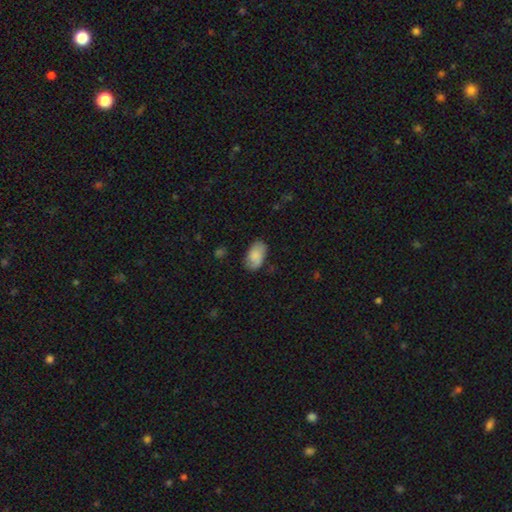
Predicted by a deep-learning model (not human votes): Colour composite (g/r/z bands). It shows a smooth galaxy with no disk features (77%) that is in between round and cigar-shaped (93%). Merging: none (73%).